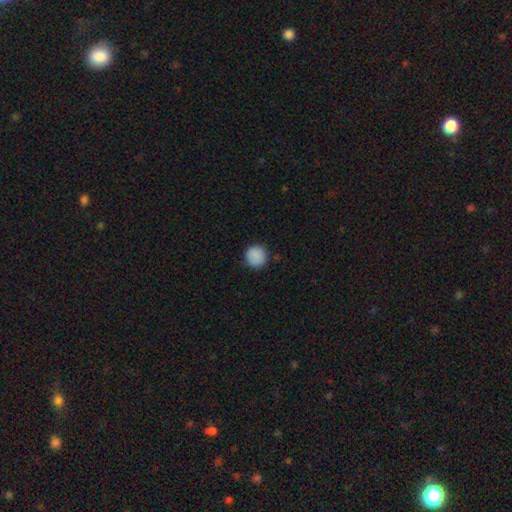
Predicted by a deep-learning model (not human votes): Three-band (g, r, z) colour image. It shows a smooth galaxy with no disk features (89%) that is round (94%). Merging: none (89%).